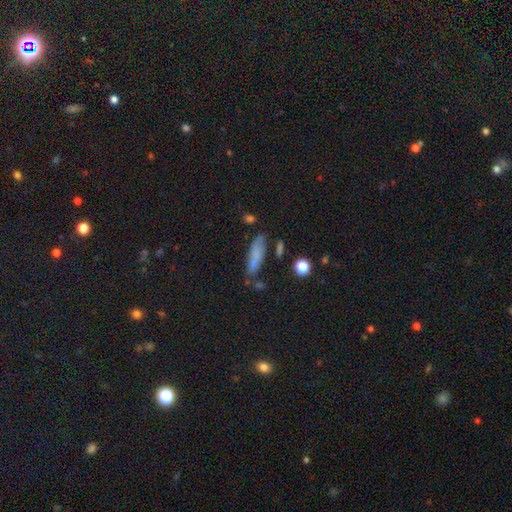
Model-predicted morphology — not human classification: Smooth or featured?
  - smooth: 71% *
  - featured or disk: 17%
  - star or artifact: 12%
How rounded?
  - cigar-shaped: 59% *
  - in between: 37%
  - round: 4%
Merging?
  - none: 68% *
  - minor disturbance: 20%
  - merger: 6%
  - major disturbance: 6%